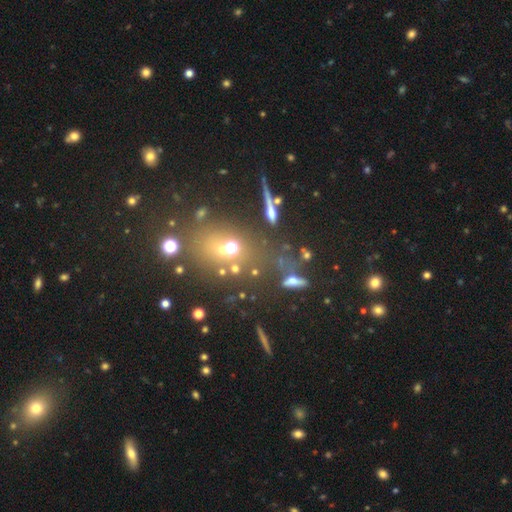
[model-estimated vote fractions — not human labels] Smooth or featured? star or artifact (44%)